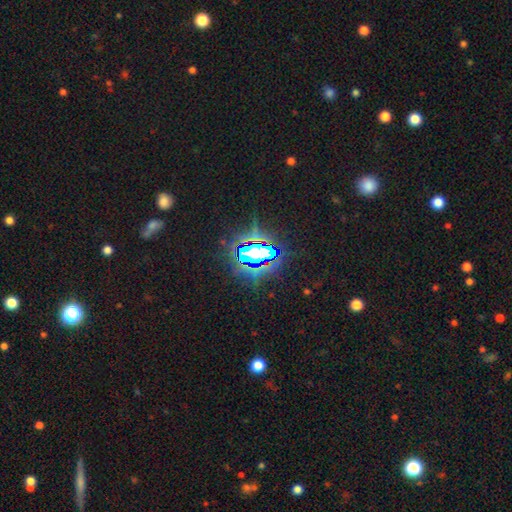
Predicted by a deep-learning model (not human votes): The model was most divided on "smooth or featured": star or artifact: 83%, smooth: 10%, featured or disk: 7%.